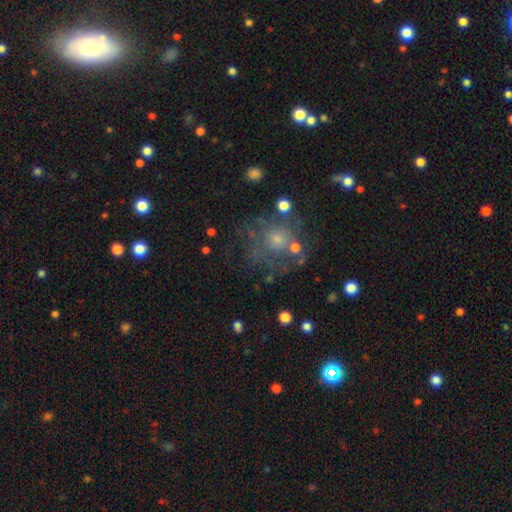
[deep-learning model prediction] Smooth or featured: star or artifact — 41% (featured or disk — 32%)